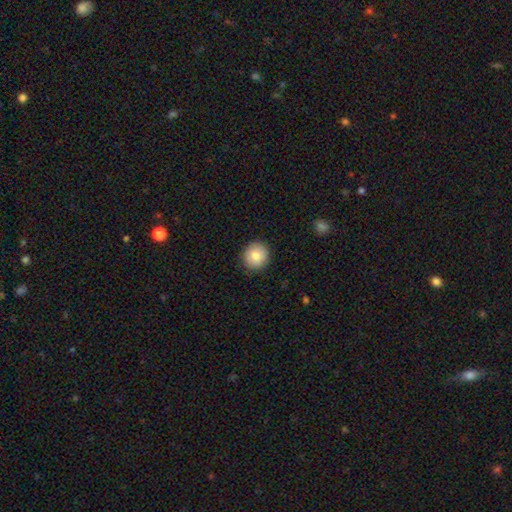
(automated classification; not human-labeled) Smooth or featured? smooth (81%)
How rounded? round (90%)
Merging? none (91%)